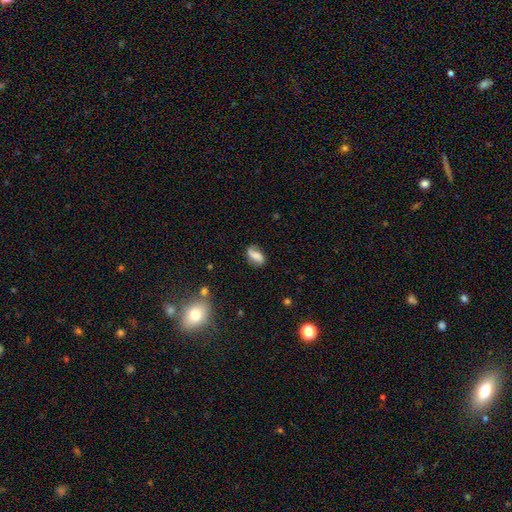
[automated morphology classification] smooth-or-featured: smooth: 49% | featured or disk: 42% | star or artifact: 10%
  merging: none: 69% | minor disturbance: 21% | major disturbance: 7% | merger: 3%